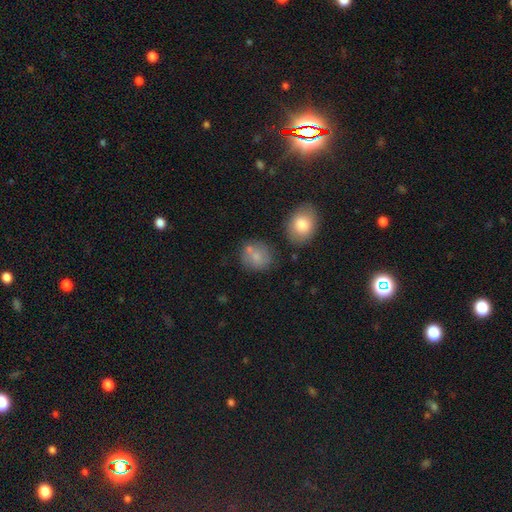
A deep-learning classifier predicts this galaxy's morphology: A smooth galaxy with no disk features (79%) that is round (80%).

Vote fractions:
- Smooth or featured? smooth: 79% / featured or disk: 12% / star or artifact: 10%
- How rounded? round: 80% / in between: 19% / cigar-shaped: 1%
- Merging? none: 66% / merger: 15% / minor disturbance: 14% / major disturbance: 5%